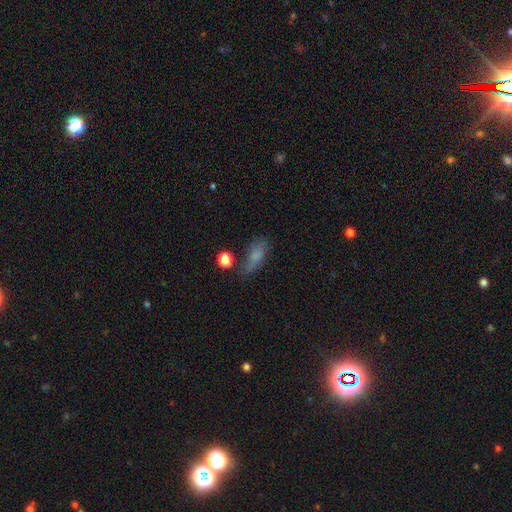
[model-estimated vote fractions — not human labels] Smooth or featured? Predicted: smooth (p=0.71). How rounded? Predicted: in between (p=0.70). Merging? Predicted: none (p=0.51).